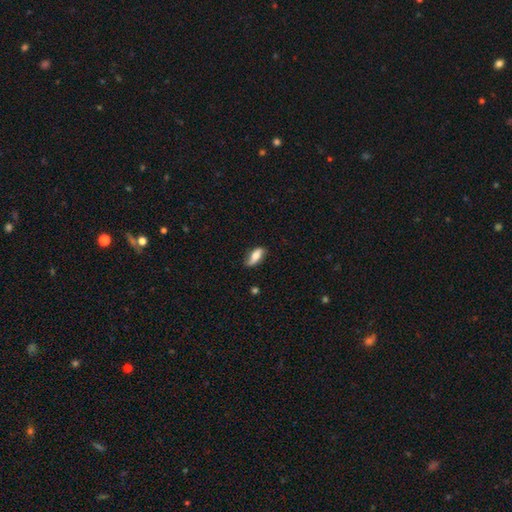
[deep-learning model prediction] A smooth galaxy with no disk features (70%) that is in between round and cigar-shaped (76%).

Vote fractions:
- Smooth or featured? smooth: 70% / featured or disk: 23% / star or artifact: 7%
- How rounded? in between: 76% / cigar-shaped: 21% / round: 3%
- Merging? none: 65% / minor disturbance: 27% / major disturbance: 6% / merger: 2%